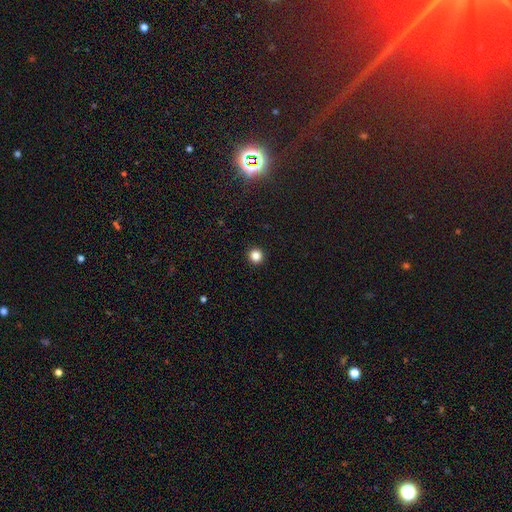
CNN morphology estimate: A smooth galaxy with no disk features (85%) that is round (94%).

Vote fractions:
- Smooth or featured? smooth: 85% / star or artifact: 12% / featured or disk: 3%
- How rounded? round: 94% / in between: 5% / cigar-shaped: 1%
- Merging? none: 93% / minor disturbance: 4% / major disturbance: 1% / merger: 1%